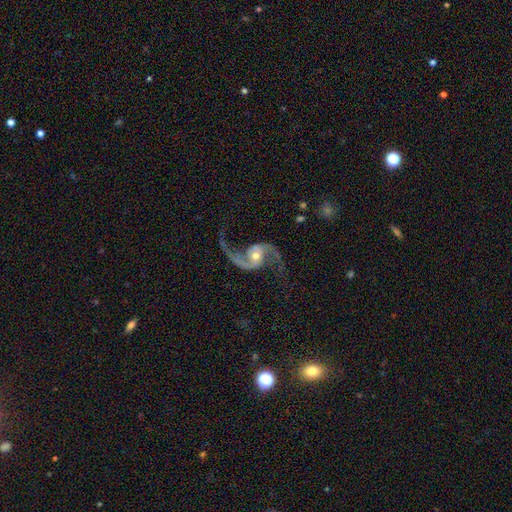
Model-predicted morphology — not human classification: Q: Smooth or featured?
A: featured or disk (93%); runner-up: star or artifact (4%)
Q: Edge-on disk?
A: no (98%); runner-up: yes (2%)
Q: Bar?
A: no (56%); runner-up: weak (29%)
Q: Spiral arms?
A: yes (98%); runner-up: no (2%)
Q: Spiral winding?
A: loose (75%); runner-up: medium (21%)
Q: Spiral arm count?
A: 2 (95%); runner-up: 1 (1%)
Q: Bulge size?
A: moderate (59%); runner-up: small (35%)
Q: Merging?
A: none (78%); runner-up: minor disturbance (12%)